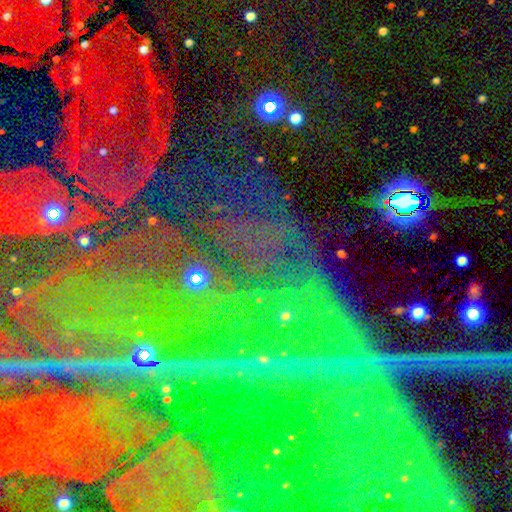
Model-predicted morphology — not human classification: type=star or artifact (78%).